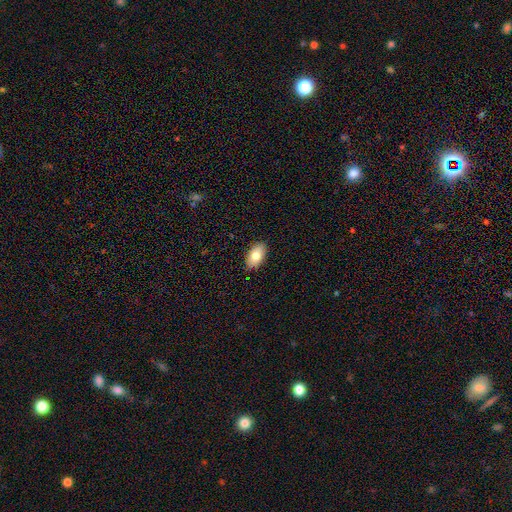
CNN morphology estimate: smooth-or-featured: smooth: 78% | featured or disk: 15% | star or artifact: 7%
  how-rounded: in between: 92% | round: 5% | cigar-shaped: 2%
  merging: none: 89% | minor disturbance: 8% | major disturbance: 2% | merger: 1%